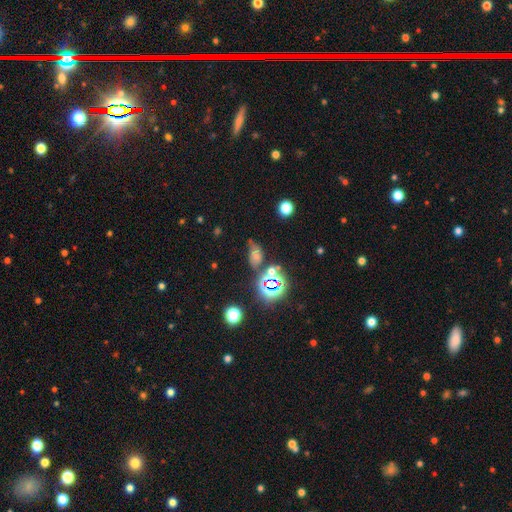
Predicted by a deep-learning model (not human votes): This is possibly a smooth galaxy (48%). Merging: marginally none (41%).